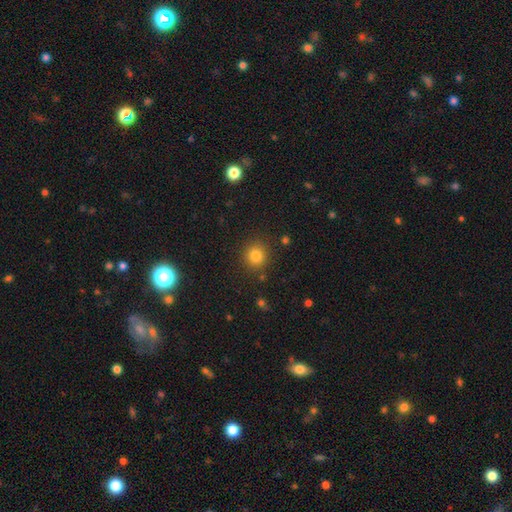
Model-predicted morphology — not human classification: smooth_or_featured: smooth (p=0.81) [alt: star or artifact p=0.13]
how_rounded: round (p=0.89) [alt: in between p=0.10]
merging: none (p=0.87) [alt: minor disturbance p=0.08]